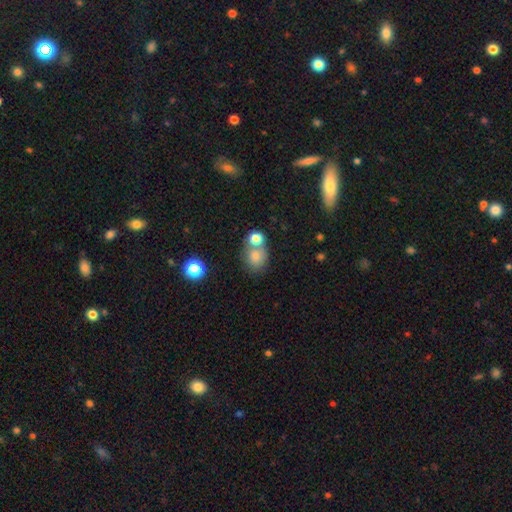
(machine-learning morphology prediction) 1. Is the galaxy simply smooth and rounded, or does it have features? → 76% smooth, 12% star or artifact, 12% featured or disk.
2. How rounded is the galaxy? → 69% round, 30% in between, 1% cigar-shaped.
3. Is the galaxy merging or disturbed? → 49% none, 33% merger, 12% minor disturbance, 5% major disturbance.